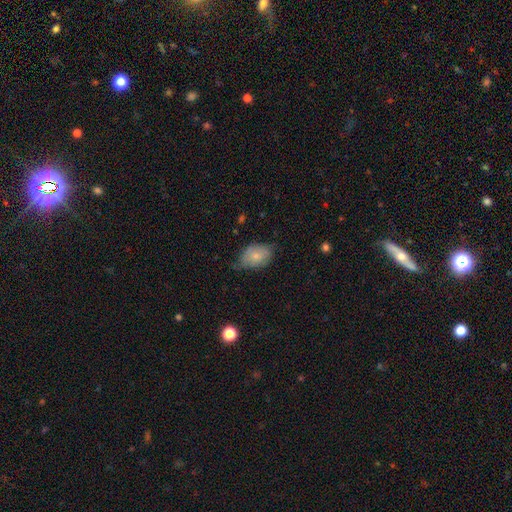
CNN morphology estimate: Smooth or featured?
  - smooth: 74% *
  - featured or disk: 19%
  - star or artifact: 7%
How rounded?
  - in between: 79% *
  - round: 20%
  - cigar-shaped: 1%
Merging?
  - none: 50% *
  - minor disturbance: 40%
  - major disturbance: 8%
  - merger: 2%